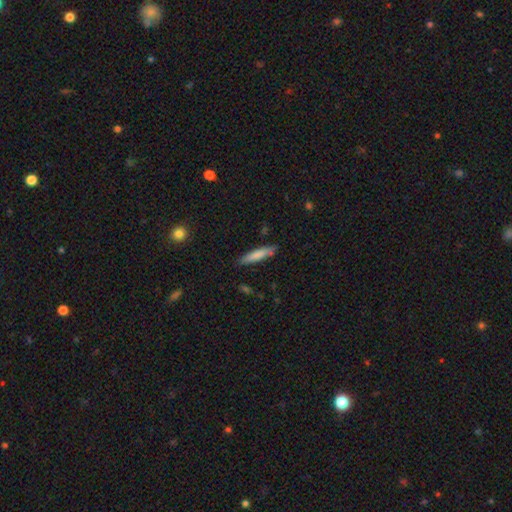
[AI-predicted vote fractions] This is likely a smooth galaxy (72%). How rounded: clearly cigar-shaped (90%). Merging: clearly none (85%).